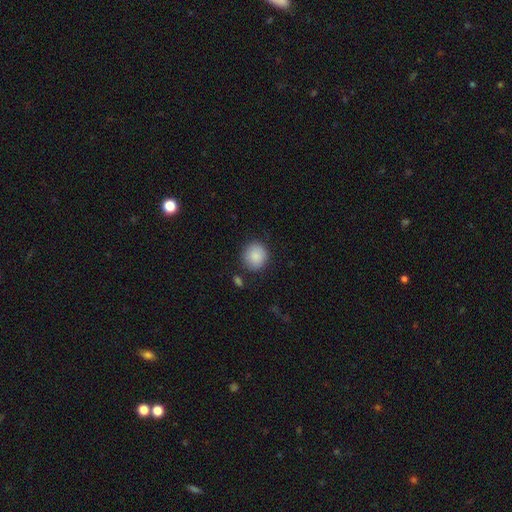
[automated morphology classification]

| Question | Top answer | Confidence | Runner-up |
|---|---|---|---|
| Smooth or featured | smooth | 88% | star or artifact (8%) |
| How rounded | round | 87% | in between (12%) |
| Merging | none | 84% | minor disturbance (10%) |